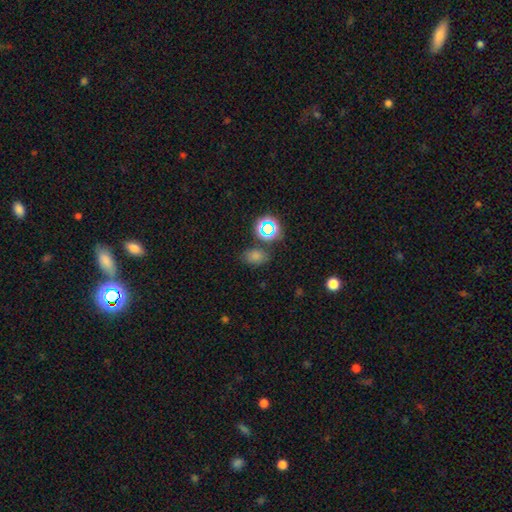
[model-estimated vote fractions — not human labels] Overall: smooth (54%; star or artifact 36%). How rounded: in between (63%; round 35%). Merging: none (77%).